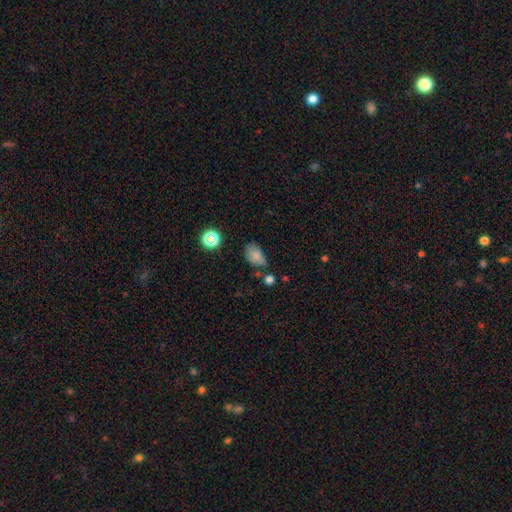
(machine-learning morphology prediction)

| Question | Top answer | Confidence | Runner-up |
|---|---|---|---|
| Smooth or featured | smooth | 78% | star or artifact (13%) |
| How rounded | in between | 83% | round (16%) |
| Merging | none | 49% | minor disturbance (33%) |